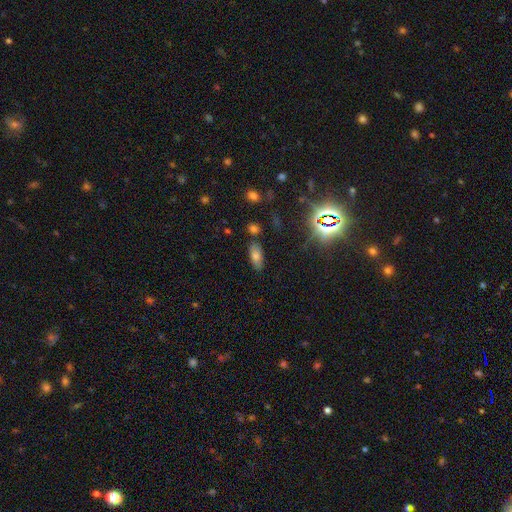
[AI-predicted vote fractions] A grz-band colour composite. It shows a smooth galaxy with no disk features (68%) that is in between round and cigar-shaped (84%). Merging: none (79%).